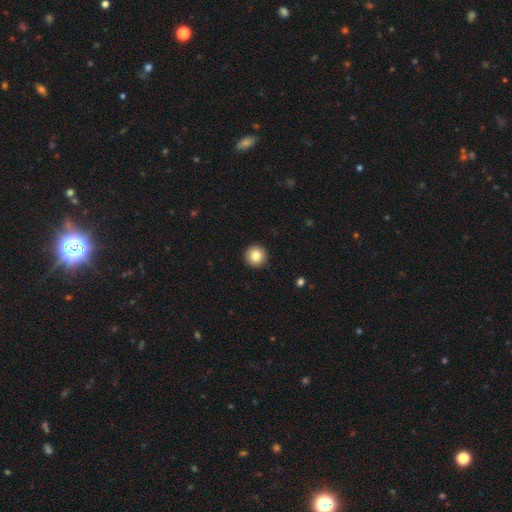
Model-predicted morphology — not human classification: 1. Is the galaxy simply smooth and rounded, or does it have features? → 84% smooth, 9% star or artifact, 7% featured or disk.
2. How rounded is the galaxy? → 96% round, 3% in between, 1% cigar-shaped.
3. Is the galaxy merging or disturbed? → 93% none, 5% minor disturbance, 1% major disturbance, 1% merger.